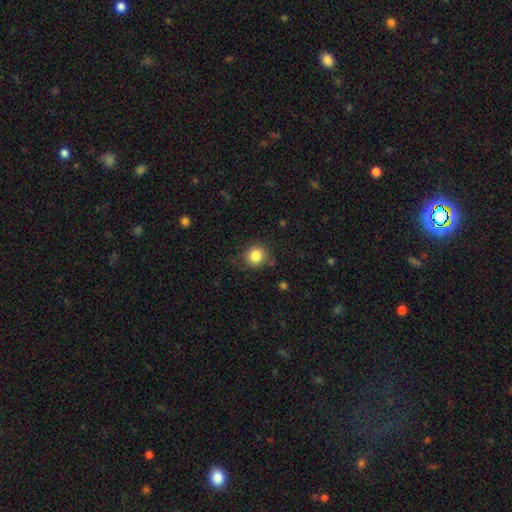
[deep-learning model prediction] A smooth galaxy with no disk features (84%) that is round (87%).

Vote fractions:
- Smooth or featured? smooth: 84% / star or artifact: 11% / featured or disk: 6%
- How rounded? round: 87% / in between: 12% / cigar-shaped: 1%
- Merging? none: 82% / minor disturbance: 12% / major disturbance: 3% / merger: 2%